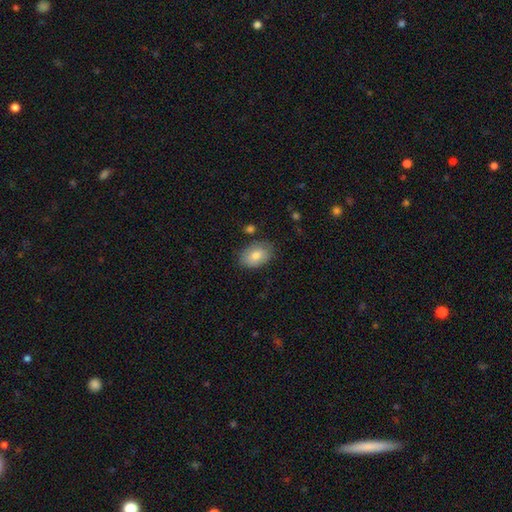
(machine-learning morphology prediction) smooth-or-featured: smooth: 79% | featured or disk: 14% | star or artifact: 7%
  how-rounded: in between: 85% | round: 14% | cigar-shaped: 1%
  merging: none: 81% | minor disturbance: 14% | major disturbance: 3% | merger: 2%